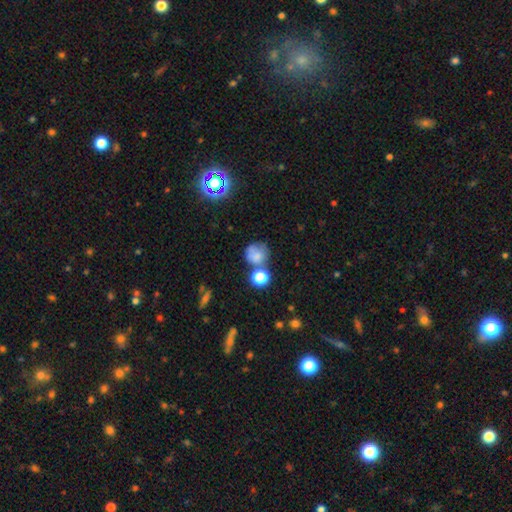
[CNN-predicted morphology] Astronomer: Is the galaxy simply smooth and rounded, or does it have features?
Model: smooth — 71%.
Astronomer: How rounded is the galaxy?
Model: round — 80%.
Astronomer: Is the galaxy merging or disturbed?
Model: none — 44% (runner-up: merger, 28%).